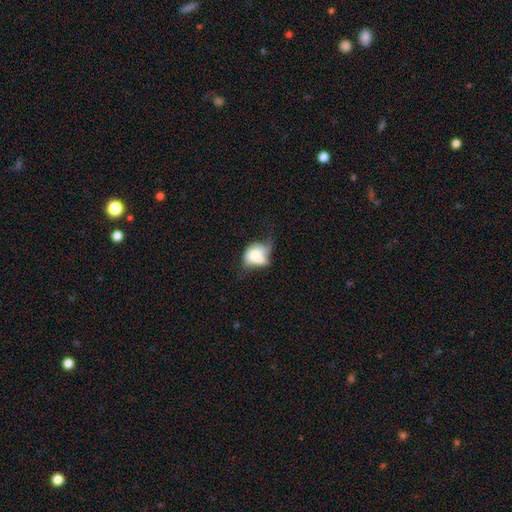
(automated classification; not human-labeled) smooth 54%, featured or disk 36%, star or artifact 10%. Down the decision tree: how rounded — in between (72%); merging — major disturbance (36%).